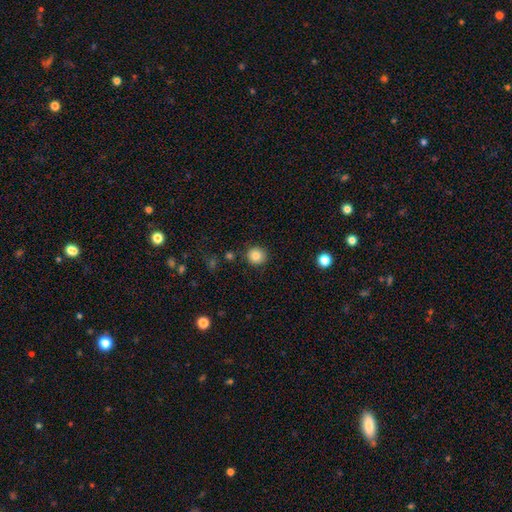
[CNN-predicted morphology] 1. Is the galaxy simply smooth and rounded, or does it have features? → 85% smooth, 10% star or artifact, 5% featured or disk.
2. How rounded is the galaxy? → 91% round, 9% in between, 1% cigar-shaped.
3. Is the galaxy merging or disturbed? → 89% none, 7% minor disturbance, 2% major disturbance, 2% merger.